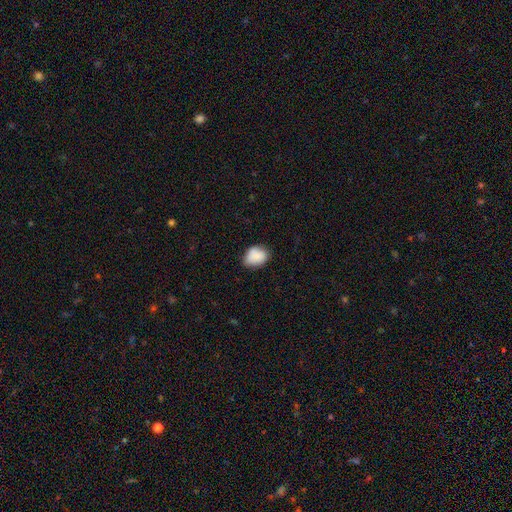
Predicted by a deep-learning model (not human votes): Smooth or featured?
  - smooth: 86% *
  - star or artifact: 8%
  - featured or disk: 6%
How rounded?
  - in between: 68% *
  - round: 31%
  - cigar-shaped: 1%
Merging?
  - none: 67% *
  - minor disturbance: 27%
  - major disturbance: 4%
  - merger: 2%